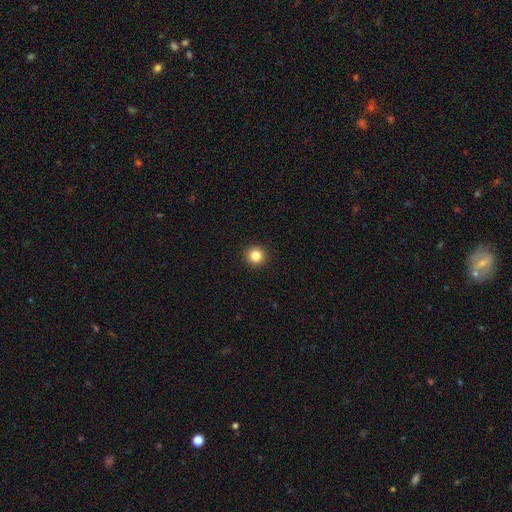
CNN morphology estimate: Smooth or featured? Predicted: smooth (p=0.84). How rounded? Predicted: round (p=0.95). Merging? Predicted: none (p=0.94).